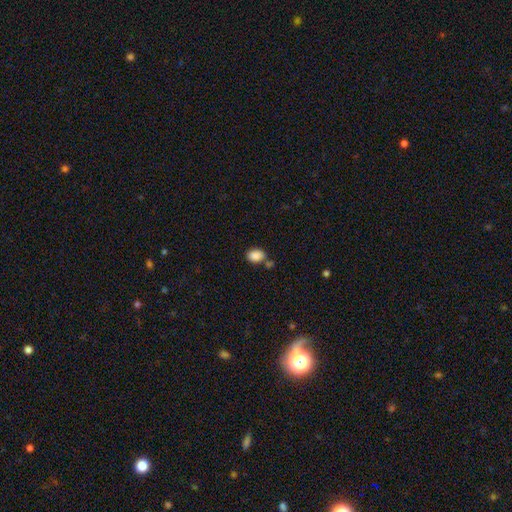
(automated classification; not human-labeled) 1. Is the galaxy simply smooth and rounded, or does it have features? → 87% smooth, 9% star or artifact, 4% featured or disk.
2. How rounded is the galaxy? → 77% in between, 22% round, 1% cigar-shaped.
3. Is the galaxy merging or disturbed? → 64% none, 16% minor disturbance, 15% merger, 5% major disturbance.